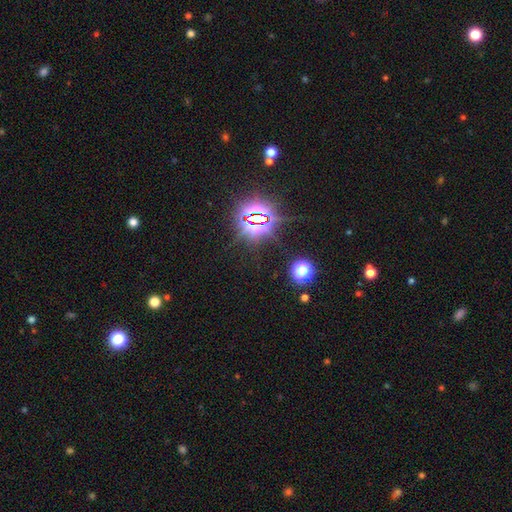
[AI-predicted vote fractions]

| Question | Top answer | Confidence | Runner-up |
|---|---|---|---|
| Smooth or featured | star or artifact | 81% | smooth (11%) |